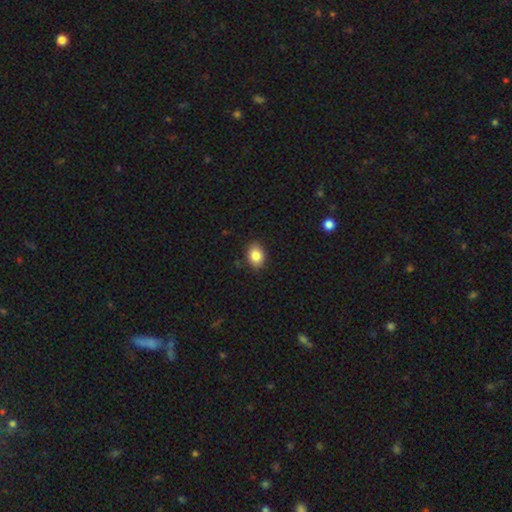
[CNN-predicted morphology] A smooth galaxy with no disk features (85%) that is in between round and cigar-shaped (70%).

Vote fractions:
- Smooth or featured? smooth: 85% / star or artifact: 9% / featured or disk: 6%
- How rounded? in between: 70% / round: 29% / cigar-shaped: 1%
- Merging? none: 87% / minor disturbance: 10% / major disturbance: 2% / merger: 1%